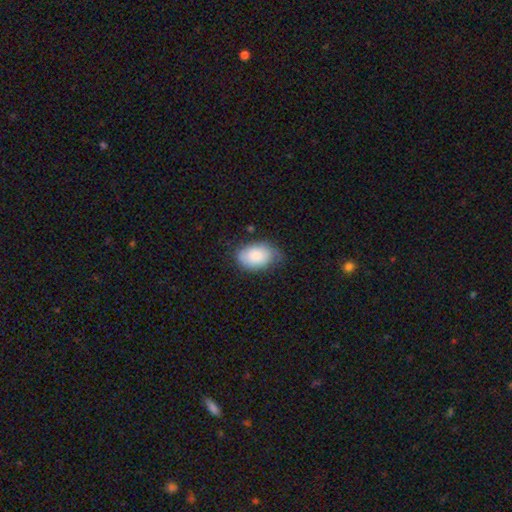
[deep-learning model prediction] smooth_or_featured: smooth (p=0.80) [alt: featured or disk p=0.13]
how_rounded: in between (p=0.88) [alt: round p=0.11]
merging: none (p=0.56) [alt: minor disturbance p=0.34]